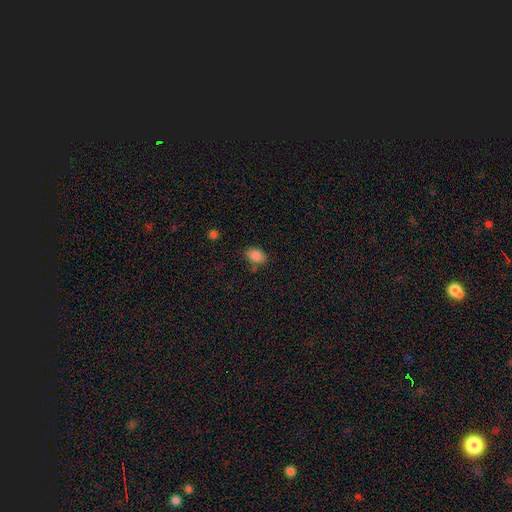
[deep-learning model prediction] Smooth or featured?
  - smooth: 86% *
  - star or artifact: 9%
  - featured or disk: 5%
How rounded?
  - in between: 79% *
  - round: 20%
  - cigar-shaped: 1%
Merging?
  - none: 75% *
  - minor disturbance: 16%
  - merger: 4%
  - major disturbance: 4%